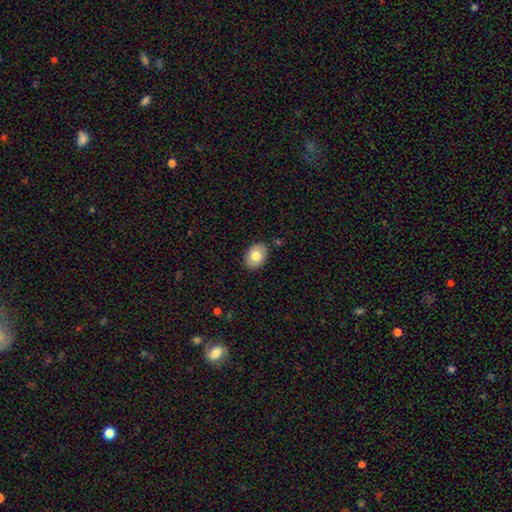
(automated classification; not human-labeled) Smooth or featured: smooth — 78% (featured or disk — 14%)
How rounded: in between — 75% (round — 24%)
Merging: none — 86% (minor disturbance — 10%)